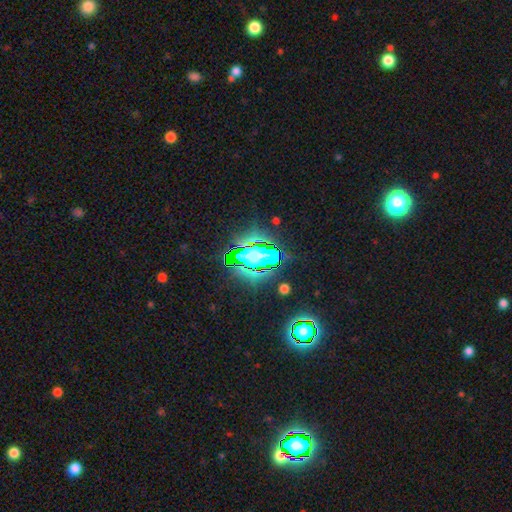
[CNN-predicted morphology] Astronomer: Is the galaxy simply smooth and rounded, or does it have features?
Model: star or artifact — 64%.